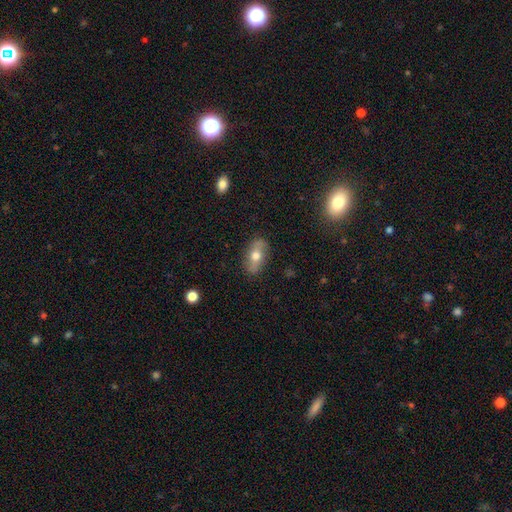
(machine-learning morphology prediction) Overall: smooth (58%; featured or disk 34%). How rounded: in between (82%). Merging: none (84%).